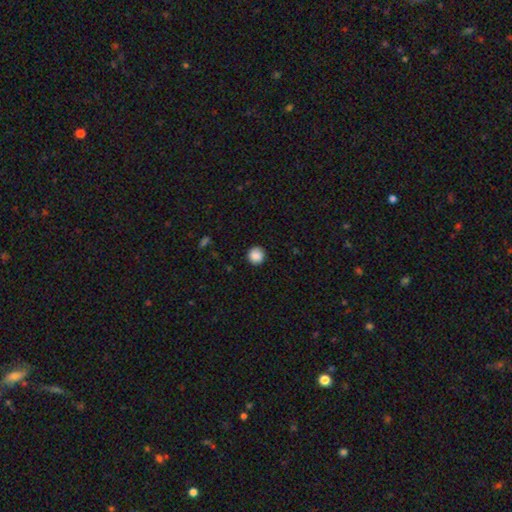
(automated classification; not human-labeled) A smooth galaxy with no disk features (88%) that is round (94%). Merging: none (92%).